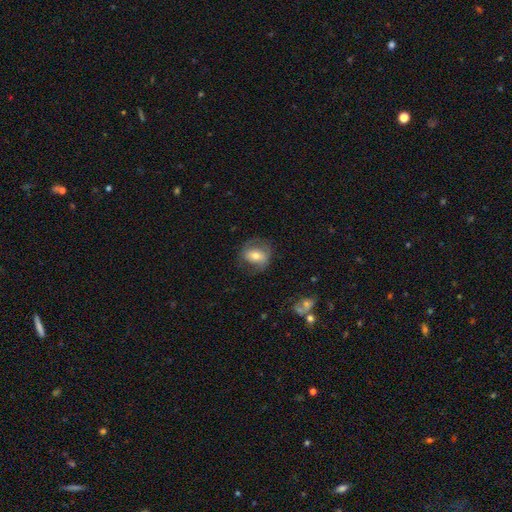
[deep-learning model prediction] smooth 55%, featured or disk 37%, star or artifact 8%. Down the decision tree: how rounded — in between (51%); merging — none (66%).